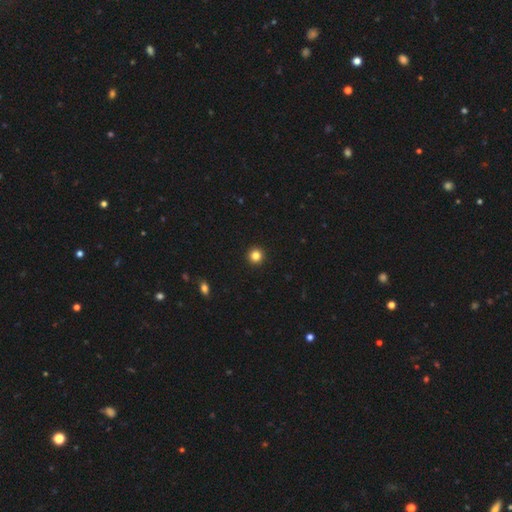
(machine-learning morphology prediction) This is clearly a smooth galaxy (83%). How rounded: clearly round (96%). Merging: clearly none (94%).